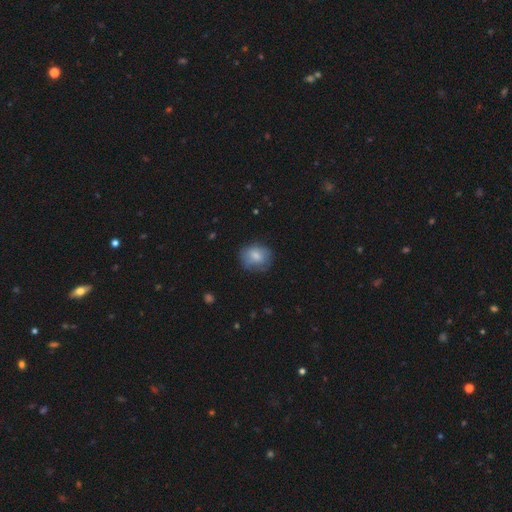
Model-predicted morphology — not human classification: Smooth or featured? smooth (74%)
How rounded? round (64%)
Merging? none (71%)